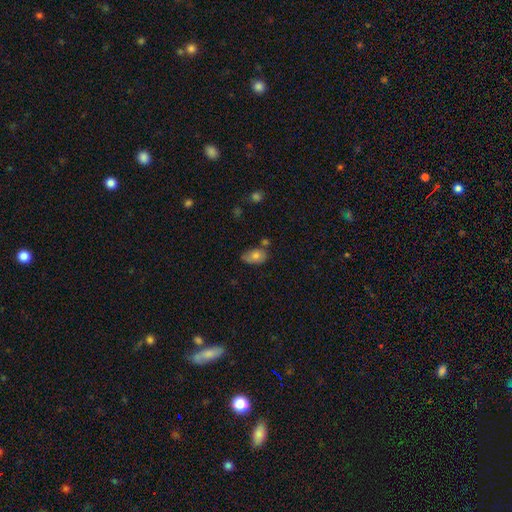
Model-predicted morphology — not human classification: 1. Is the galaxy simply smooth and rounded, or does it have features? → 73% smooth, 19% featured or disk, 8% star or artifact.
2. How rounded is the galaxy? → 90% in between, 9% round, 2% cigar-shaped.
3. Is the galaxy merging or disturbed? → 53% none, 31% minor disturbance, 10% merger, 7% major disturbance.